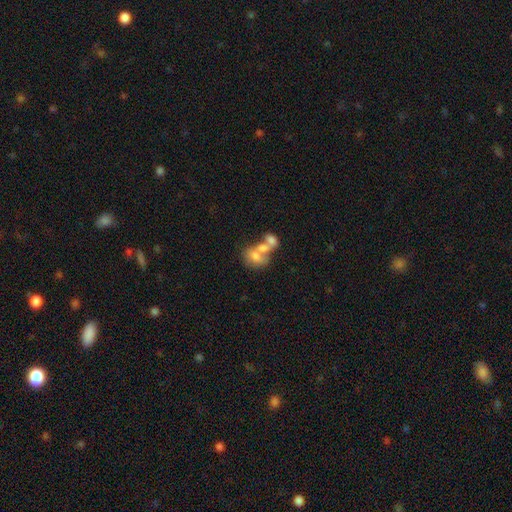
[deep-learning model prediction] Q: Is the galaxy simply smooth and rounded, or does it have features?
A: smooth — 60%.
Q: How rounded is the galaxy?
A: in between — 73%.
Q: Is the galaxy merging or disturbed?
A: merger — 69%.